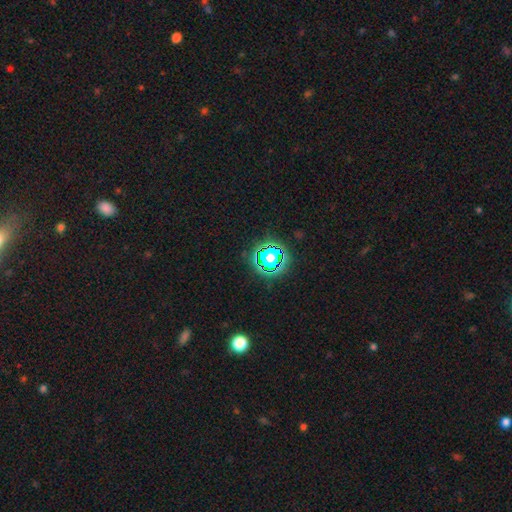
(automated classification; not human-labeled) The model was most divided on "smooth or featured": star or artifact: 80%, smooth: 14%, featured or disk: 7%.